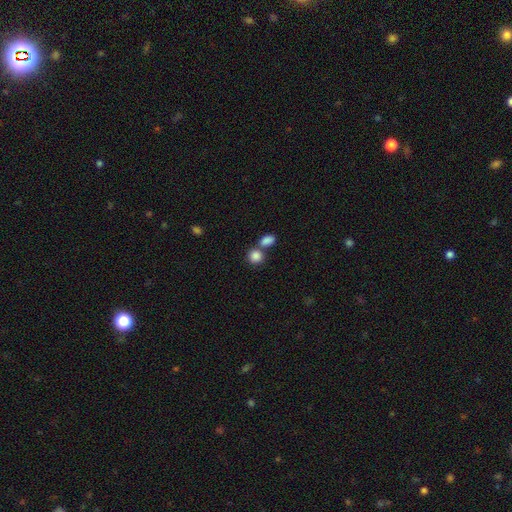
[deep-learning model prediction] smooth 86%, star or artifact 8%, featured or disk 6%. Down the decision tree: how rounded — round (75%); merging — none (47%).